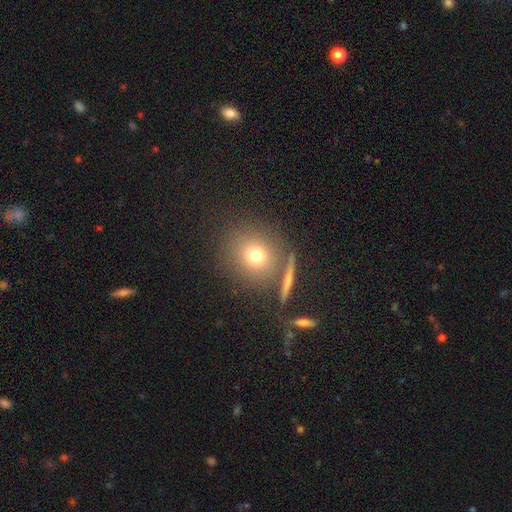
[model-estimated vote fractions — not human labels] Smooth or featured? smooth (72%)
How rounded? round (87%)
Merging? none (77%)